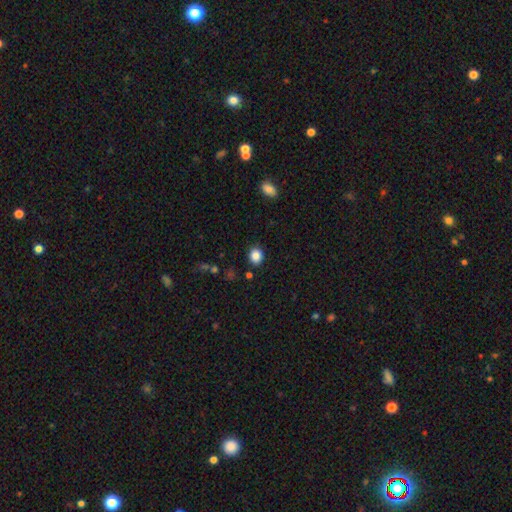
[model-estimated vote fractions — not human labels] Smooth or featured: smooth — 86% (star or artifact — 10%)
How rounded: round — 72% (in between — 27%)
Merging: none — 88% (minor disturbance — 7%)